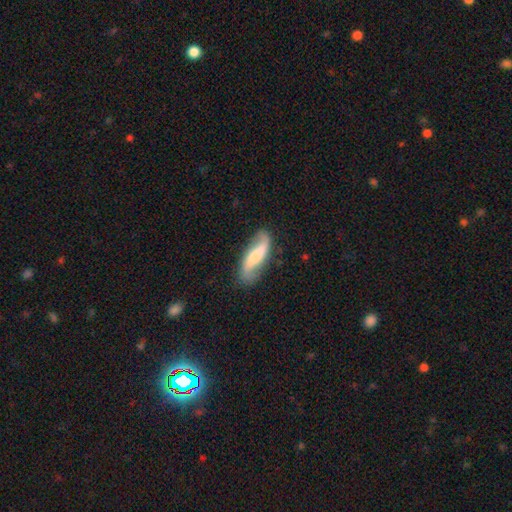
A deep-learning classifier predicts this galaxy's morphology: smooth_or_featured: featured or disk (p=0.68) [alt: smooth p=0.26]
disk_edge_on: no (p=0.87) [alt: yes p=0.13]
bar: strong (p=0.35) [alt: weak p=0.34]
has_spiral_arms: yes (p=0.92) [alt: no p=0.08]
spiral_winding: loose (p=0.79) [alt: medium p=0.15]
spiral_arm_count: 2 (p=0.91) [alt: 1 p=0.03]
bulge_size: moderate (p=0.40) [alt: small p=0.33]
merging: none (p=0.77) [alt: minor disturbance p=0.16]